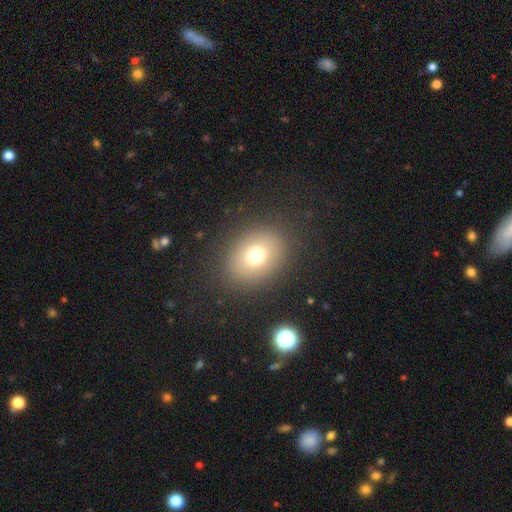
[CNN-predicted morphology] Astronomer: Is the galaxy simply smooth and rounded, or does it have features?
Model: smooth — 72%.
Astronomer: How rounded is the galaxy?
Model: in between — 50% (runner-up: round, 49%).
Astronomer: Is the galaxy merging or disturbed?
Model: none — 85%.